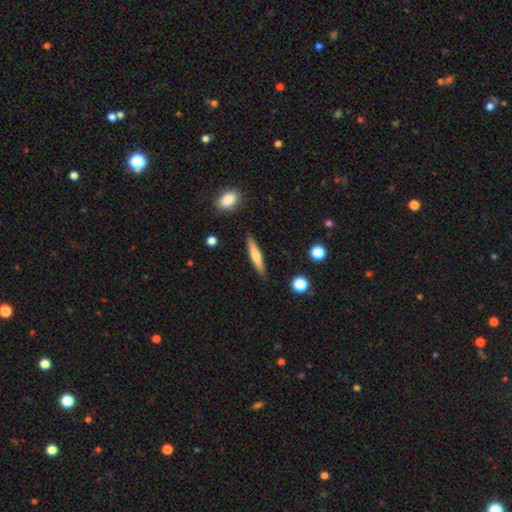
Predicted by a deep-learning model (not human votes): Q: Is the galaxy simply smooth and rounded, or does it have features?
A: smooth — 61%.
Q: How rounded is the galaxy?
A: cigar-shaped — 87%.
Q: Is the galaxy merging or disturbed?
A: none — 88%.